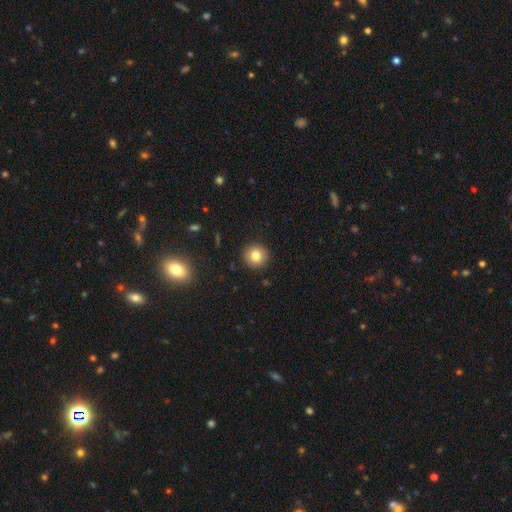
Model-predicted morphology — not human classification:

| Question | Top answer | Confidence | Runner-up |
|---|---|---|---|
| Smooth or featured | smooth | 80% | star or artifact (11%) |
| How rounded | round | 92% | in between (7%) |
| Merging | none | 91% | minor disturbance (6%) |